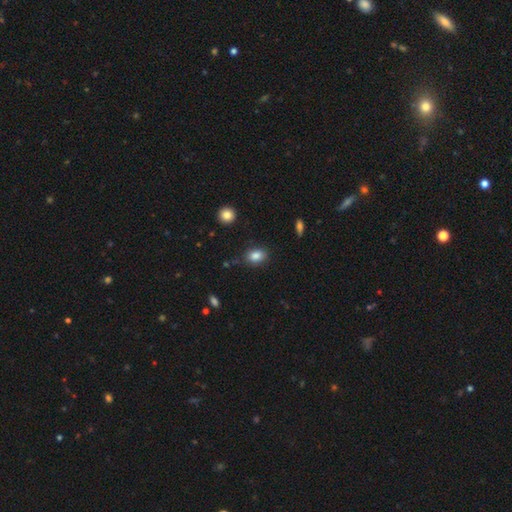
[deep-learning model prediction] Morphology: type=smooth (85%); roundness=in between (76%); merging=none (80%).